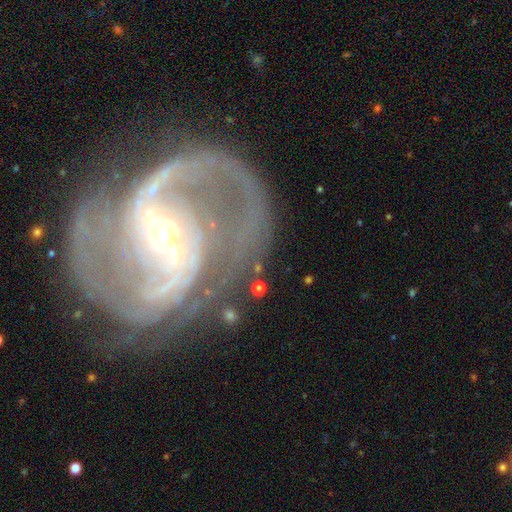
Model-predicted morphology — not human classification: featured or disk 87%, star or artifact 7%, smooth 6%. Down the decision tree: edge-on disk — no (97%); bar — strong (47%); spiral arms — yes (93%); spiral arm count — 2 (63%); spiral winding — medium (44%); bulge size — small (60%); merging — none (56%).